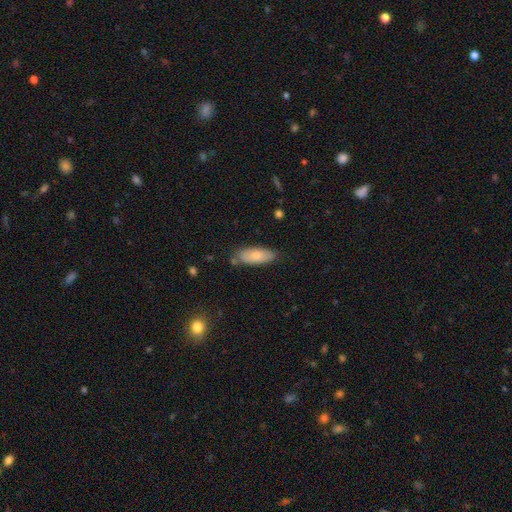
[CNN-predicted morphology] Smooth or featured?
  - smooth: 76% *
  - featured or disk: 18%
  - star or artifact: 6%
How rounded?
  - in between: 76% *
  - cigar-shaped: 22%
  - round: 2%
Merging?
  - none: 77% *
  - minor disturbance: 16%
  - merger: 4%
  - major disturbance: 3%